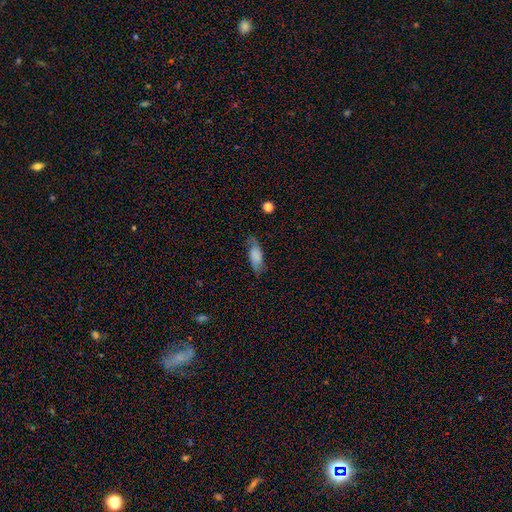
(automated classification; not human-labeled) Smooth or featured?
  - smooth: 70% *
  - featured or disk: 22%
  - star or artifact: 8%
How rounded?
  - in between: 78% *
  - cigar-shaped: 19%
  - round: 3%
Merging?
  - none: 68% *
  - minor disturbance: 23%
  - major disturbance: 7%
  - merger: 2%